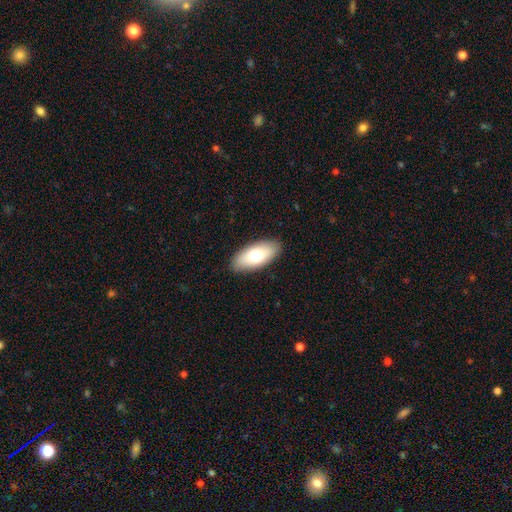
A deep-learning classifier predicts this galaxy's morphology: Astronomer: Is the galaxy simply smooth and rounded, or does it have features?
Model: smooth — 71%.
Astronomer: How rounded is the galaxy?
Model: in between — 89%.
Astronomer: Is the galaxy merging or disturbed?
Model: none — 89%.